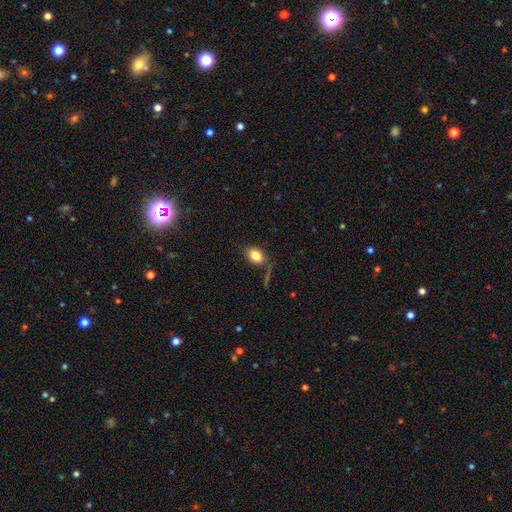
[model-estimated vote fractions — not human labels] Overall: smooth (83%). How rounded: in between (75%). Merging: none (66%).